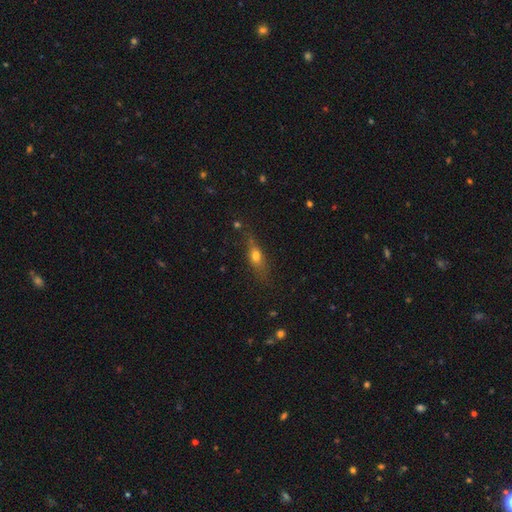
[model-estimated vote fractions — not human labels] A smooth galaxy with no disk features (58%) that is in between round and cigar-shaped (46%).

Vote fractions:
- Smooth or featured? smooth: 58% / featured or disk: 29% / star or artifact: 12%
- How rounded? in between: 46% / cigar-shaped: 45% / round: 9%
- Merging? none: 63% / minor disturbance: 23% / major disturbance: 11% / merger: 4%